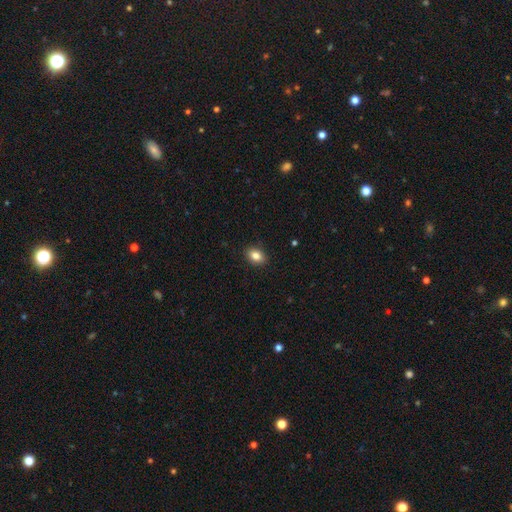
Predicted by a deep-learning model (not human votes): This is clearly a smooth galaxy (85%). How rounded: likely in between (78%). Merging: clearly none (90%).